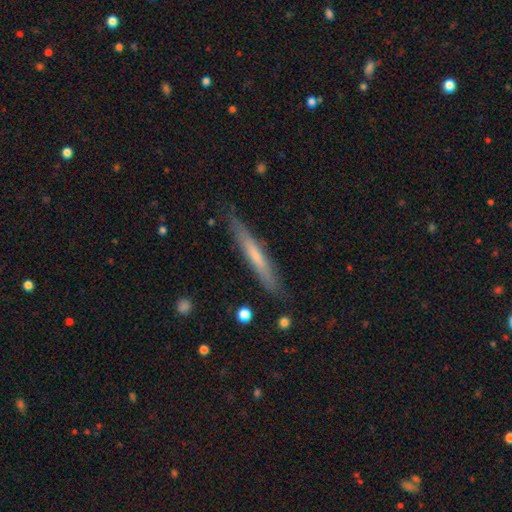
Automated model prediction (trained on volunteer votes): Smooth or featured? smooth (52%)
How rounded? cigar-shaped (95%)
Merging? none (84%)